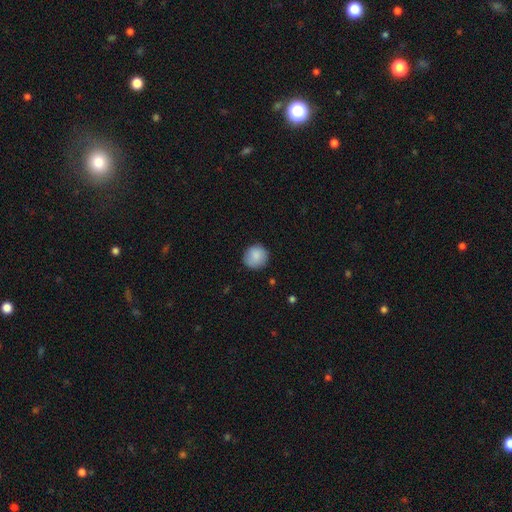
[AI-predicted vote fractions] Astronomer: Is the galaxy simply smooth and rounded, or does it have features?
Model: smooth — 88%.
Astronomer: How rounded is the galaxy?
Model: round — 93%.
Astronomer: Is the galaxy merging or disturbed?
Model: none — 86%.